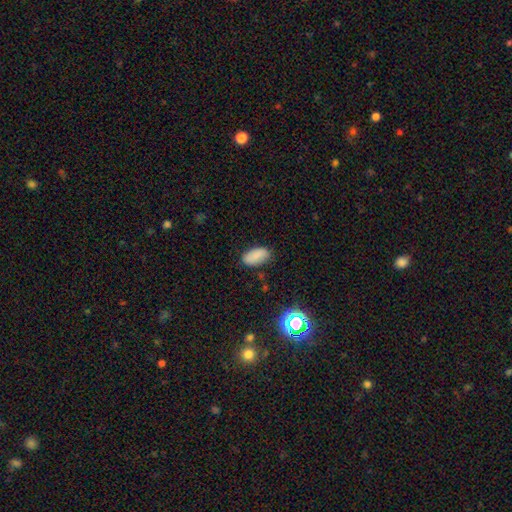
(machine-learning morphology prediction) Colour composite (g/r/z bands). It shows a smooth galaxy with no disk features (85%) that is in between round and cigar-shaped (93%). Merging: none (82%).